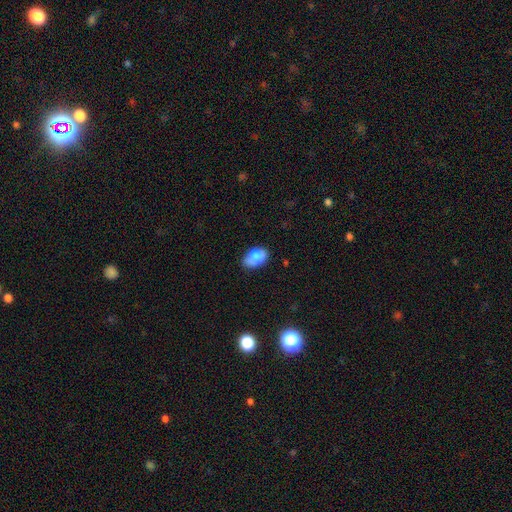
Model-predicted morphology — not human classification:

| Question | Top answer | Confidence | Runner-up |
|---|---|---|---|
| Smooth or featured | smooth | 78% | featured or disk (14%) |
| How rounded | in between | 89% | round (10%) |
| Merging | none | 62% | minor disturbance (29%) |